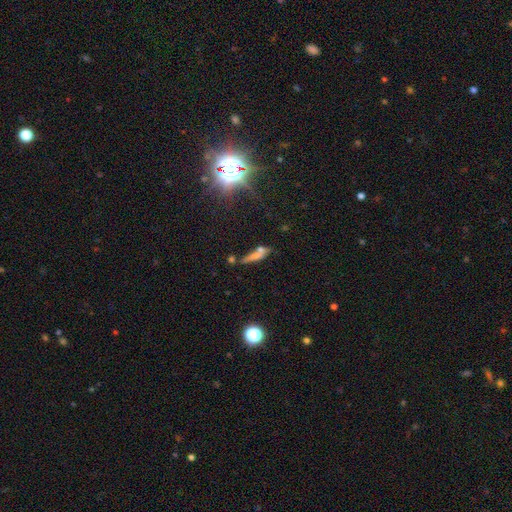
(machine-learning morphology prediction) The model was most divided on "smooth or featured": smooth: 56%, featured or disk: 29%, star or artifact: 15%. More confident: how rounded — cigar-shaped (72%); merging — none (53%).